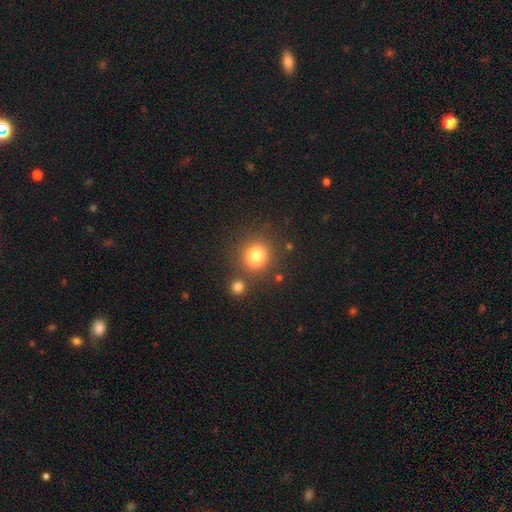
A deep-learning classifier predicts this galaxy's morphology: A smooth galaxy with no disk features (79%) that is round (86%).

Vote fractions:
- Smooth or featured? smooth: 79% / star or artifact: 13% / featured or disk: 8%
- How rounded? round: 86% / in between: 13% / cigar-shaped: 1%
- Merging? none: 78% / merger: 10% / minor disturbance: 8% / major disturbance: 3%